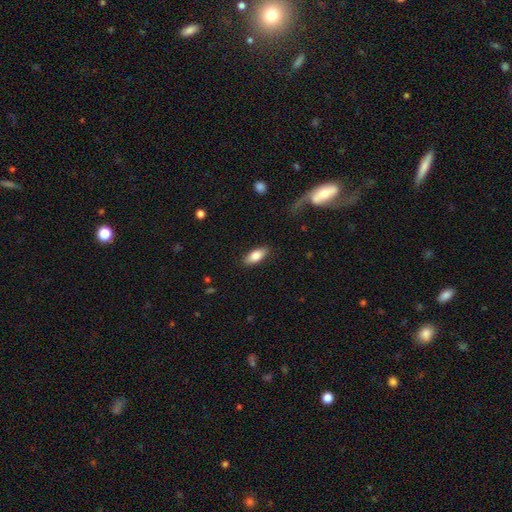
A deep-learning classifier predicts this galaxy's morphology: Q: Smooth or featured?
A: smooth (83%); runner-up: featured or disk (11%)
Q: How rounded?
A: in between (84%); runner-up: cigar-shaped (13%)
Q: Merging?
A: none (87%); runner-up: minor disturbance (10%)